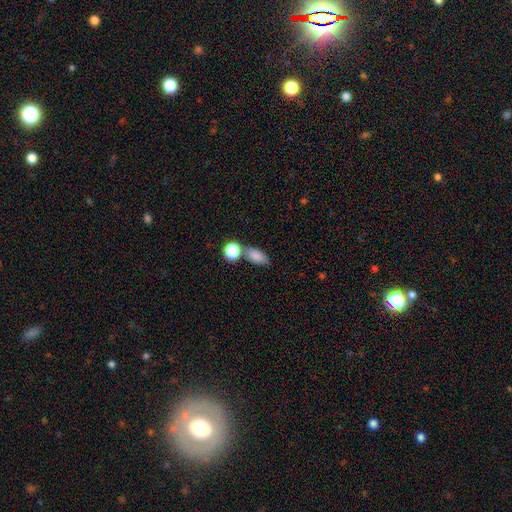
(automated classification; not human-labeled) The model was most divided on "merging": none: 57%, merger: 24%, minor disturbance: 14%, major disturbance: 5%. More confident: how rounded — in between (83%); smooth or featured — smooth (83%).